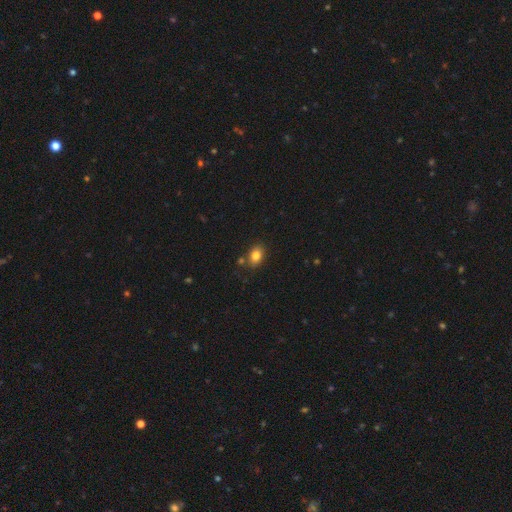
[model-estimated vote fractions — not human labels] Q: Smooth or featured?
A: smooth (82%); runner-up: star or artifact (10%)
Q: How rounded?
A: in between (73%); runner-up: round (26%)
Q: Merging?
A: none (77%); runner-up: minor disturbance (12%)